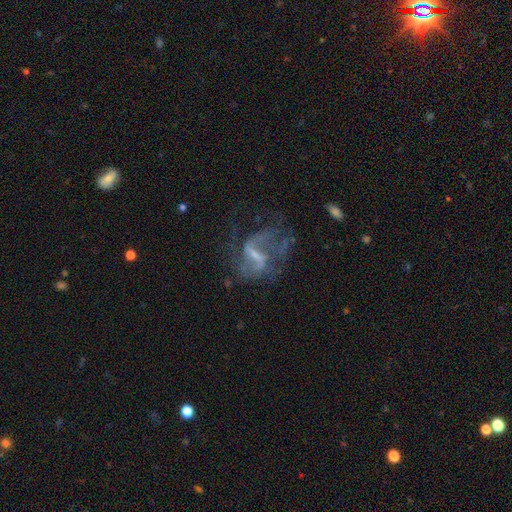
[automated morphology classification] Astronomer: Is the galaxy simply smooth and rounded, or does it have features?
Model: featured or disk — 81%.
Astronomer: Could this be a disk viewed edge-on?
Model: no — 97%.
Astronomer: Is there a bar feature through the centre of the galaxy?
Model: weak — 51% (runner-up: strong, 30%).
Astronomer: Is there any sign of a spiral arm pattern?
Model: yes — 81%.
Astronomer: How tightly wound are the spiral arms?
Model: loose — 54% (runner-up: medium, 36%).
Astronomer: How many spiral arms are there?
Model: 2 — 64%.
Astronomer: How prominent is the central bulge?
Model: small — 52%.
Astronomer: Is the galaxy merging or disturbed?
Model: none — 41% (runner-up: major disturbance, 36%).